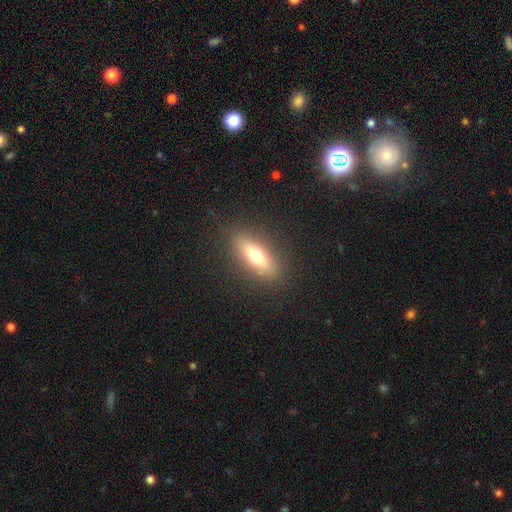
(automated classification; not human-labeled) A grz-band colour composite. It shows a smooth galaxy with no disk features (62%) that is in between round and cigar-shaped (56%). Merging: none (86%).